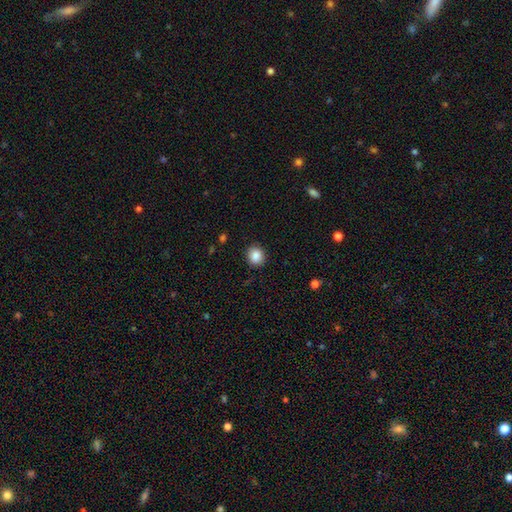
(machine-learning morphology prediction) Q: Smooth or featured?
A: smooth (87%); runner-up: star or artifact (9%)
Q: How rounded?
A: round (79%); runner-up: in between (20%)
Q: Merging?
A: none (90%); runner-up: minor disturbance (7%)